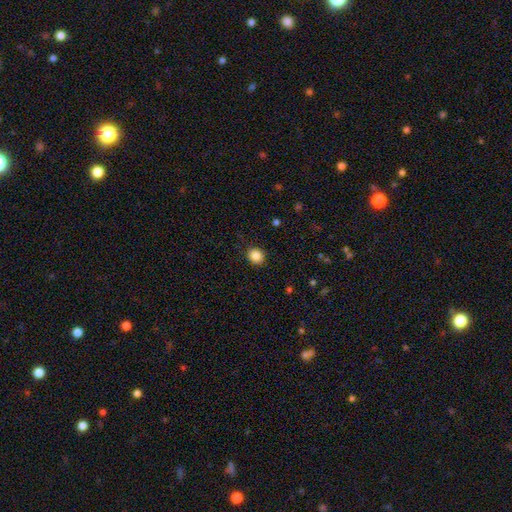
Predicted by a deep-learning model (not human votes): This is clearly a smooth galaxy (86%). How rounded: clearly round (80%). Merging: clearly none (89%).